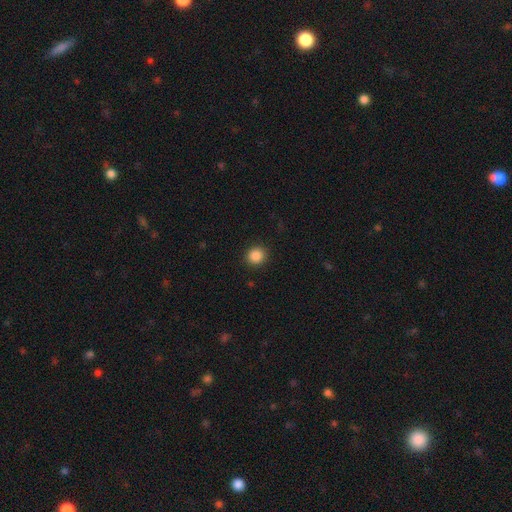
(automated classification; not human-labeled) Smooth or featured? smooth (87%)
How rounded? round (89%)
Merging? none (91%)